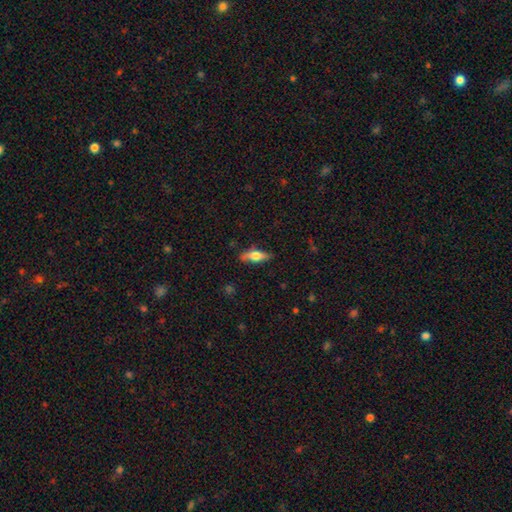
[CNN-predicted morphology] A smooth galaxy with no disk features (51%) that is in between round and cigar-shaped (53%). Merging: none (82%).